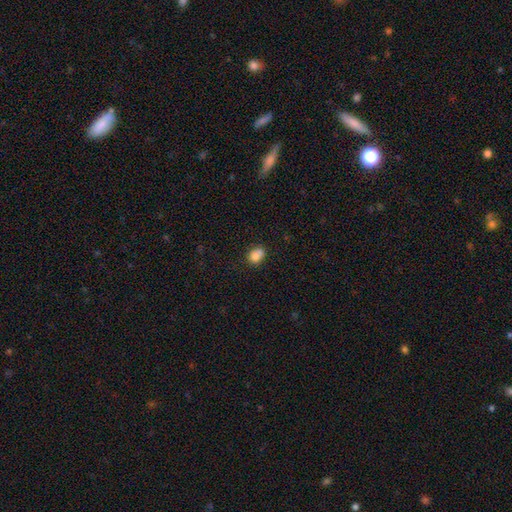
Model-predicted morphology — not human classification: The model was most divided on "merging": none: 43%, merger: 32%, minor disturbance: 19%, major disturbance: 6%. More confident: smooth or featured — smooth (78%); how rounded — round (57%).